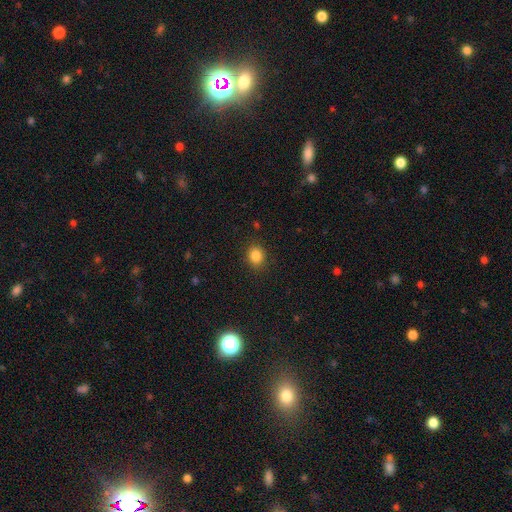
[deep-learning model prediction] This is clearly a smooth galaxy (85%). How rounded: likely round (63%). Merging: clearly none (88%).